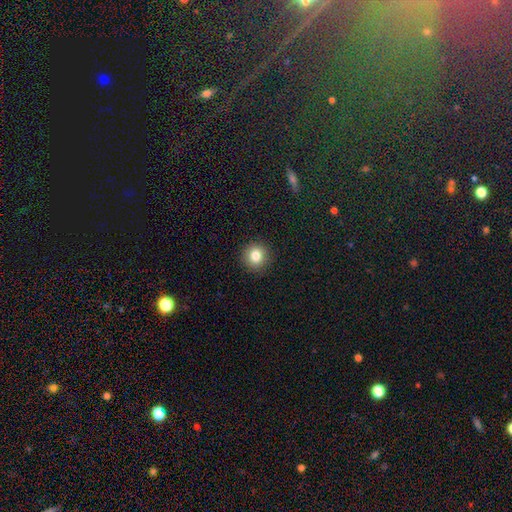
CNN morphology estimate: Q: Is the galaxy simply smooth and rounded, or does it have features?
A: smooth — 82%.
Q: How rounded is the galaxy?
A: round — 93%.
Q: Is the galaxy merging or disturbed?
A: none — 92%.